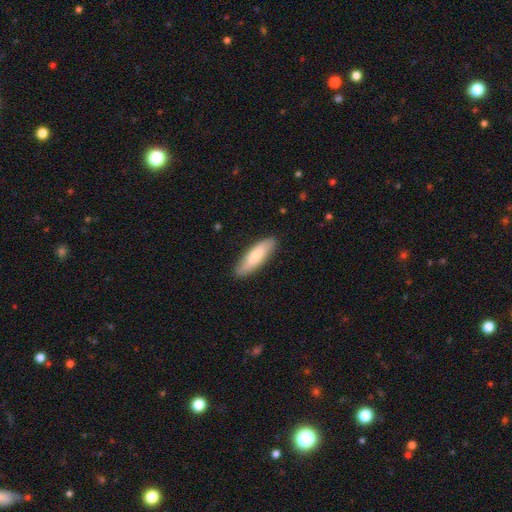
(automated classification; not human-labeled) smooth 75%, featured or disk 20%, star or artifact 5%. Down the decision tree: how rounded — cigar-shaped (55%); merging — none (88%).